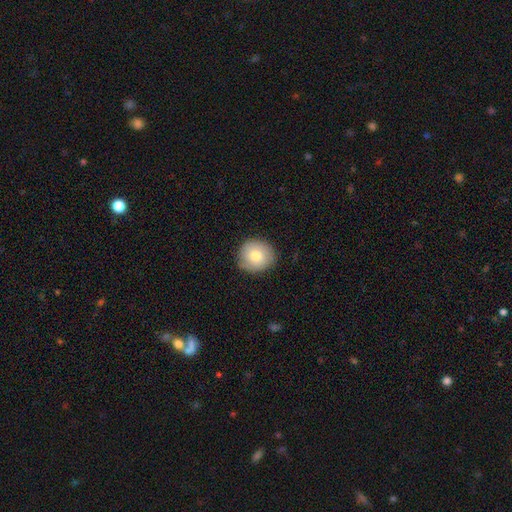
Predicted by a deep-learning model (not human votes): Smooth or featured: smooth — 76% (featured or disk — 16%)
How rounded: round — 87% (in between — 12%)
Merging: none — 82% (minor disturbance — 14%)